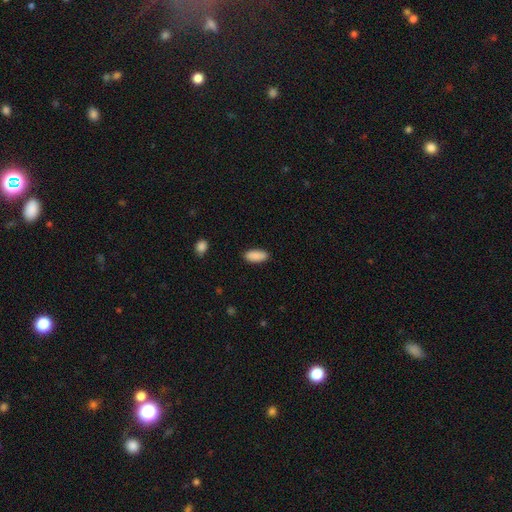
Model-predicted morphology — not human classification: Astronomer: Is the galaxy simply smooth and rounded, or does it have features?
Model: smooth — 90%.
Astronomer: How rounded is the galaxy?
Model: in between — 86%.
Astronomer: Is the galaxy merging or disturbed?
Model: none — 89%.